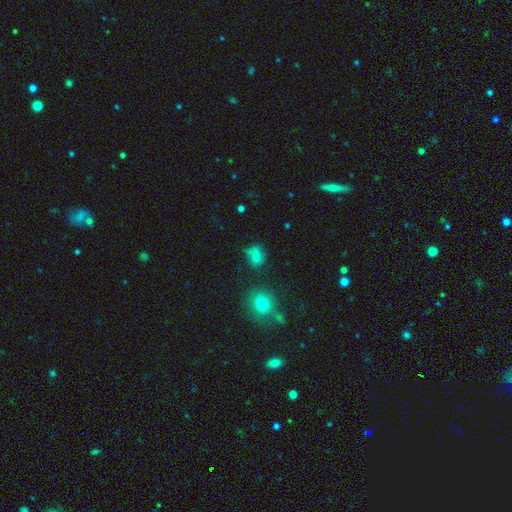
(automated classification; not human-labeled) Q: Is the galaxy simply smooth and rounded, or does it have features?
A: smooth — 68%.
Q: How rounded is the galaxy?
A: round — 53%.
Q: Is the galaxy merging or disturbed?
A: none — 61%.